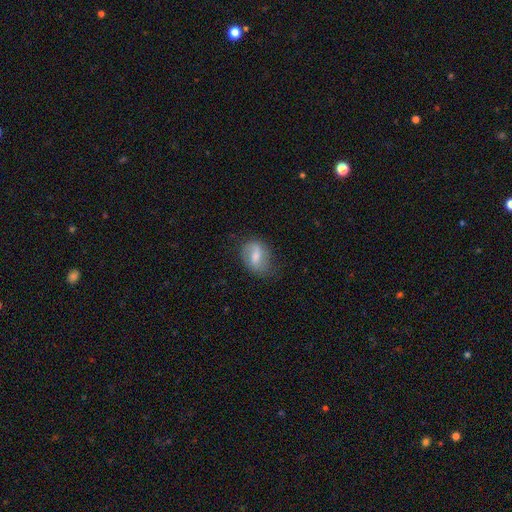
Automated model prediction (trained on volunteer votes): This is possibly a smooth galaxy (56%). How rounded: likely in between (71%). Merging: likely none (64%).